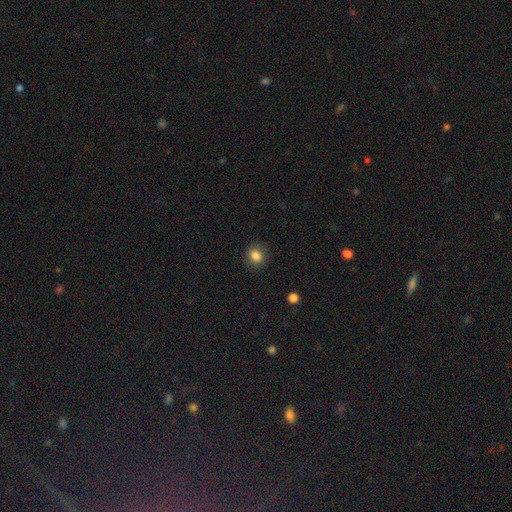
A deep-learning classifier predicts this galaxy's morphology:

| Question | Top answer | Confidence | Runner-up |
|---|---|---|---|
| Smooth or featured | smooth | 84% | star or artifact (10%) |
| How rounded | round | 69% | in between (30%) |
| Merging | none | 85% | minor disturbance (11%) |